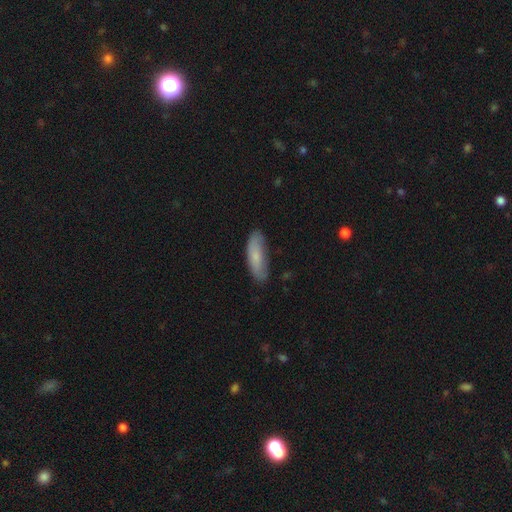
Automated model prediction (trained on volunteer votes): This is likely a smooth galaxy (76%). How rounded: possibly in between (56%). Merging: likely none (75%).